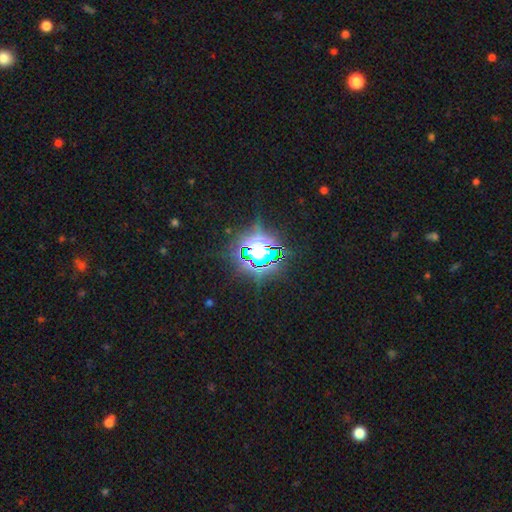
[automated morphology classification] Overall: star or artifact (82%).